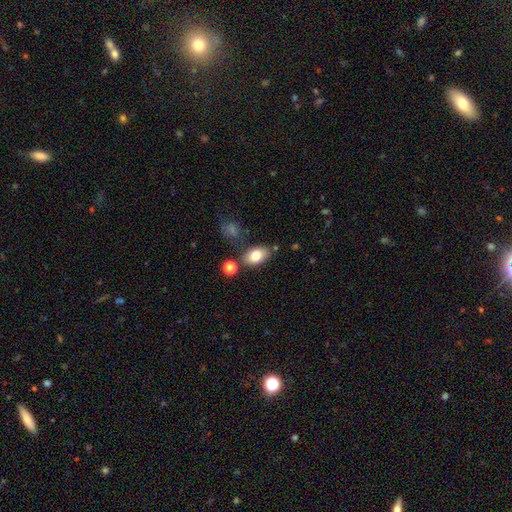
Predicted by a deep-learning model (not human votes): This is likely a smooth galaxy (79%). How rounded: clearly in between (87%). Merging: likely none (76%).